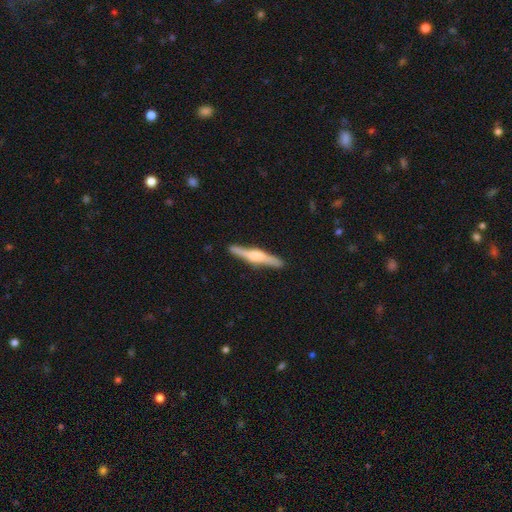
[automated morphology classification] Smooth or featured?
  - featured or disk: 70% *
  - smooth: 25%
  - star or artifact: 5%
Edge-on disk?
  - yes: 97% *
  - no: 3%
Edge-on bulge?
  - rounded: 75% *
  - boxy: 18%
  - none: 6%
Merging?
  - none: 89% *
  - minor disturbance: 8%
  - major disturbance: 2%
  - merger: 1%